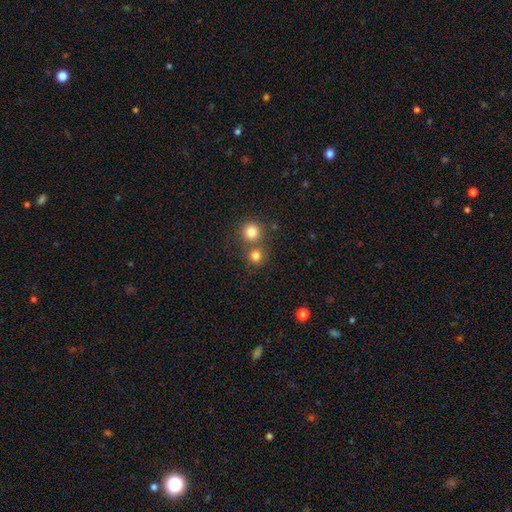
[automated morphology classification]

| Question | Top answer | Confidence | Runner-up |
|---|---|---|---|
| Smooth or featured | smooth | 80% | star or artifact (13%) |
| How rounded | round | 91% | in between (8%) |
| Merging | none | 63% | merger (28%) |